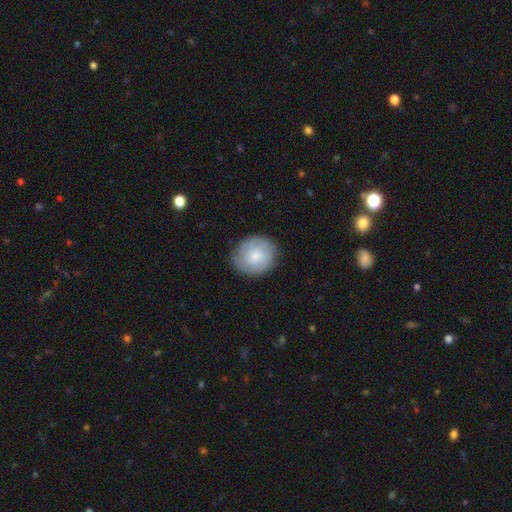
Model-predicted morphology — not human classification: smooth-or-featured: smooth: 70% | featured or disk: 24% | star or artifact: 6%
  how-rounded: round: 78% | in between: 21% | cigar-shaped: 1%
  merging: none: 83% | minor disturbance: 13% | major disturbance: 3% | merger: 1%